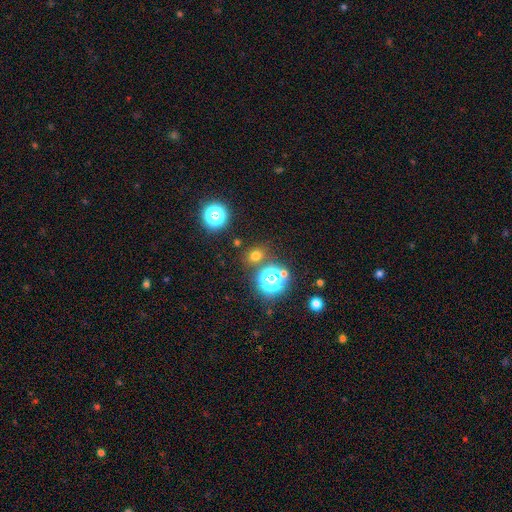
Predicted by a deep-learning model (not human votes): Smooth or featured: smooth — 63% (star or artifact — 30%)
How rounded: round — 71% (in between — 28%)
Merging: none — 82% (minor disturbance — 8%)